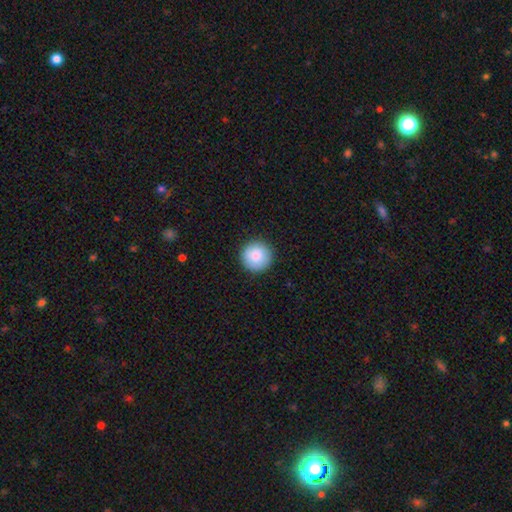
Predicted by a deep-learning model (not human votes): Q: Smooth or featured?
A: smooth (87%); runner-up: star or artifact (7%)
Q: How rounded?
A: round (96%); runner-up: in between (3%)
Q: Merging?
A: none (92%); runner-up: minor disturbance (6%)